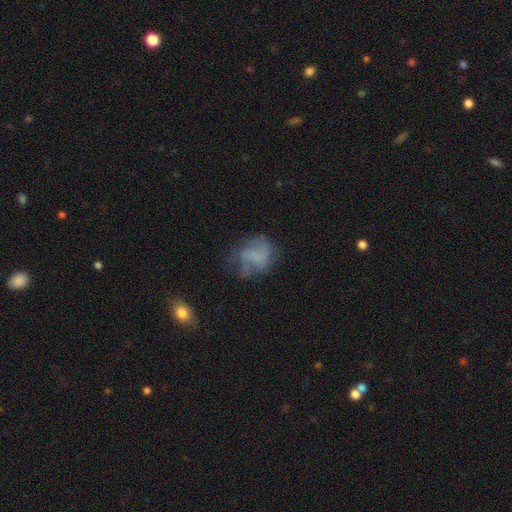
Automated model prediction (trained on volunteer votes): Smooth or featured? Predicted: smooth (p=0.45). Merging? Predicted: none (p=0.47).